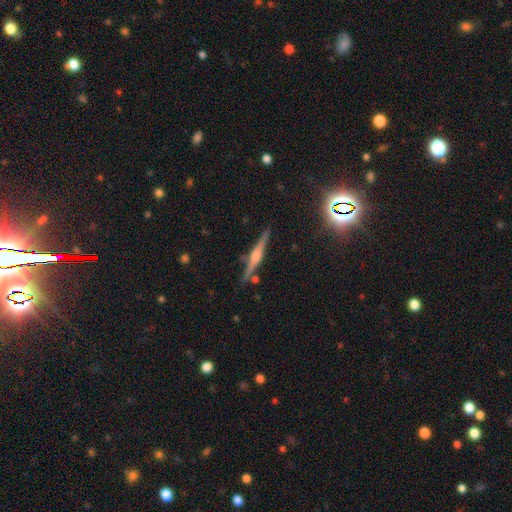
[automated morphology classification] Smooth or featured? Predicted: featured or disk (p=0.78). Edge-on disk? Predicted: yes (p=0.98). Edge-on bulge? Predicted: rounded (p=0.78). Merging? Predicted: none (p=0.87).